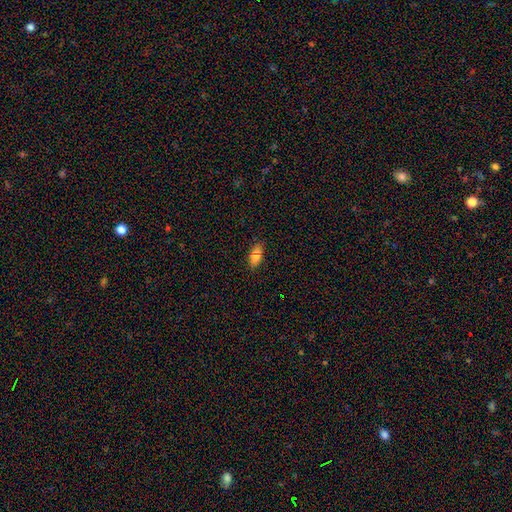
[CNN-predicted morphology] Smooth or featured? Predicted: smooth (p=0.79). How rounded? Predicted: in between (p=0.84). Merging? Predicted: none (p=0.86).